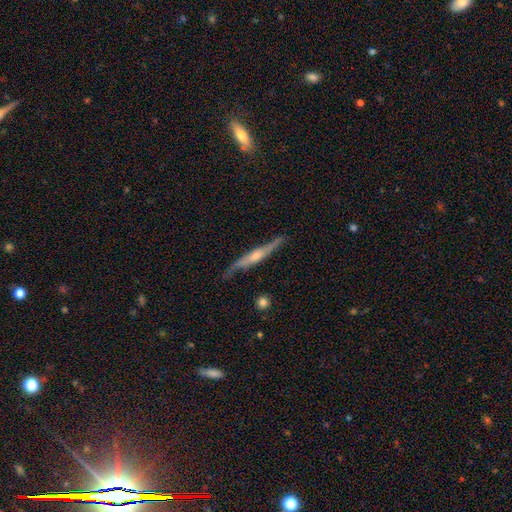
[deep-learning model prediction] smooth_or_featured: featured or disk (p=0.74) [alt: smooth p=0.21]
disk_edge_on: yes (p=0.89) [alt: no p=0.11]
edge_on_bulge: rounded (p=0.72) [alt: none p=0.17]
merging: none (p=0.75) [alt: minor disturbance p=0.19]